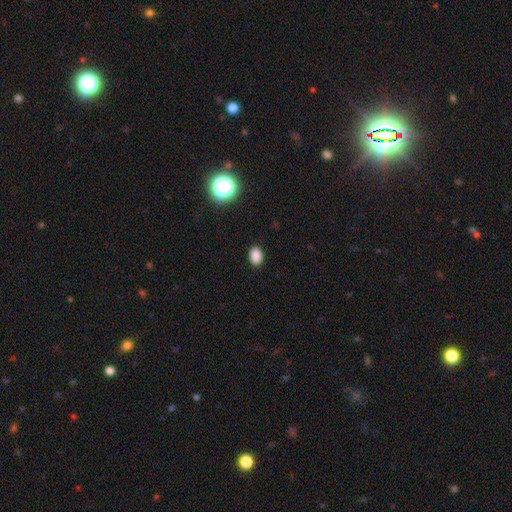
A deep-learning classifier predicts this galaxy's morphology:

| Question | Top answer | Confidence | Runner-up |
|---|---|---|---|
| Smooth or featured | smooth | 86% | star or artifact (11%) |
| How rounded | in between | 79% | round (20%) |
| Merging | none | 88% | minor disturbance (8%) |